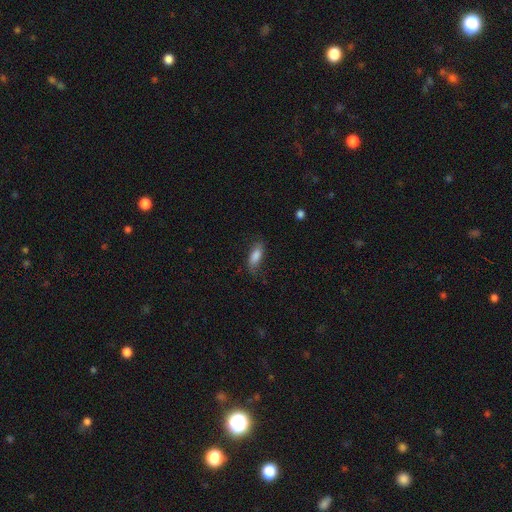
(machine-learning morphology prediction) A smooth galaxy with no disk features (81%) that is in between round and cigar-shaped (75%). Merging: none (68%).